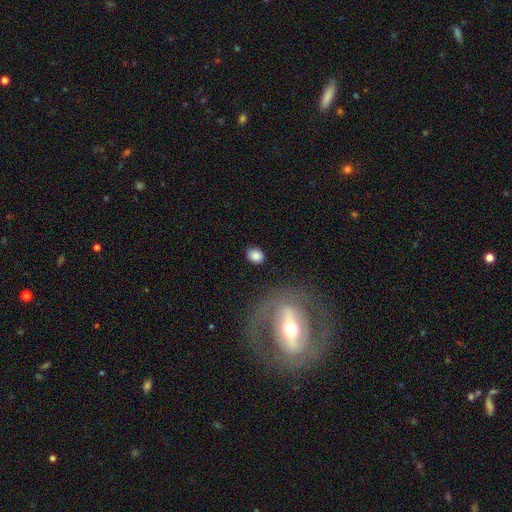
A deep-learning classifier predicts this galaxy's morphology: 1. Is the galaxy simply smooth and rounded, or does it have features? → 85% smooth, 9% star or artifact, 7% featured or disk.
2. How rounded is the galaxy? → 55% in between, 43% round, 1% cigar-shaped.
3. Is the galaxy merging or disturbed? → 84% none, 11% minor disturbance, 4% major disturbance, 2% merger.